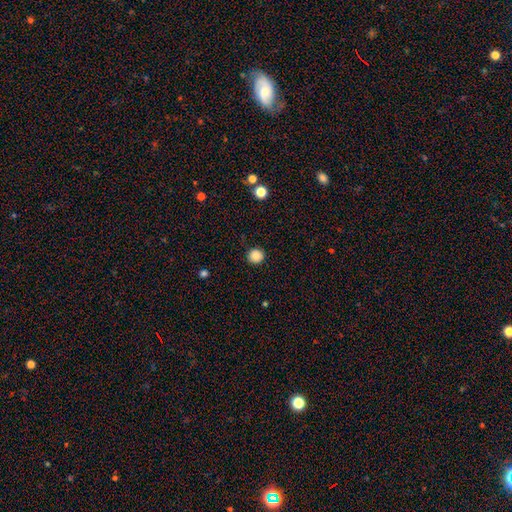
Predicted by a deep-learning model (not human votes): Smooth or featured? smooth (87%)
How rounded? round (94%)
Merging? none (91%)